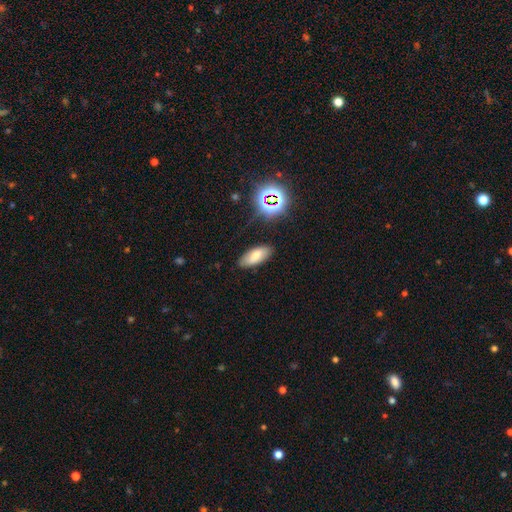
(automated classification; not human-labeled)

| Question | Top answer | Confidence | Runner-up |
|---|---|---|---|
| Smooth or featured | smooth | 68% | featured or disk (17%) |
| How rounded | in between | 86% | cigar-shaped (10%) |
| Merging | none | 82% | minor disturbance (13%) |